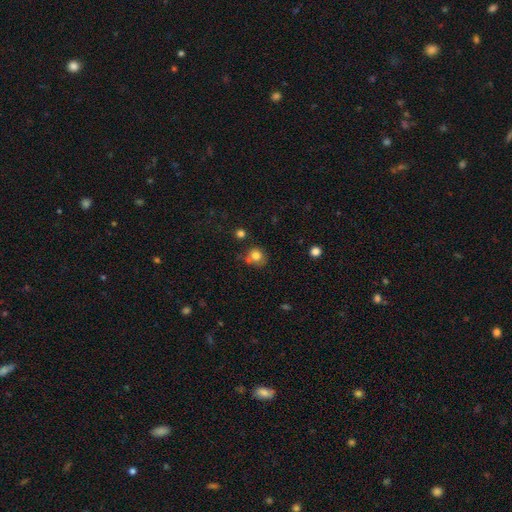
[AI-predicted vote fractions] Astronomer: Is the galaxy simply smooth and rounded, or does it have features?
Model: smooth — 79%.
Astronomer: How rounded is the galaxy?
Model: round — 82%.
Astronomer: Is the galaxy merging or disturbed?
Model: none — 61%.